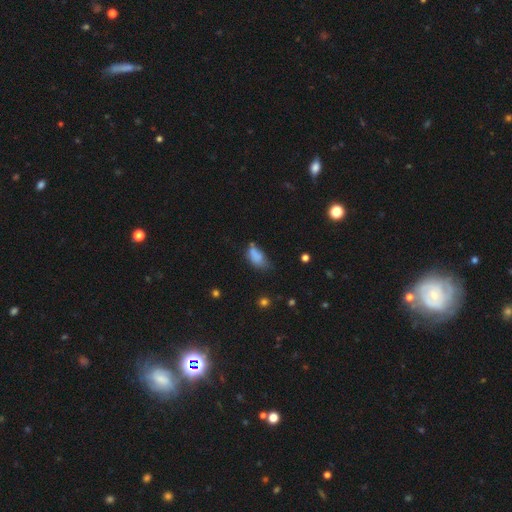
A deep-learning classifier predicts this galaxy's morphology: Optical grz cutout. It shows a smooth galaxy with no disk features (77%) that is in between round and cigar-shaped (88%). Merging: minor disturbance (40%).